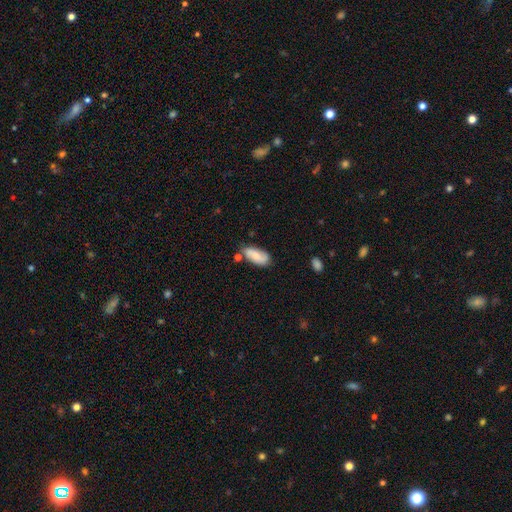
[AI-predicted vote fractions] smooth_or_featured: smooth (p=0.75) [alt: featured or disk p=0.18]
how_rounded: in between (p=0.86) [alt: cigar-shaped p=0.11]
merging: none (p=0.62) [alt: minor disturbance p=0.24]